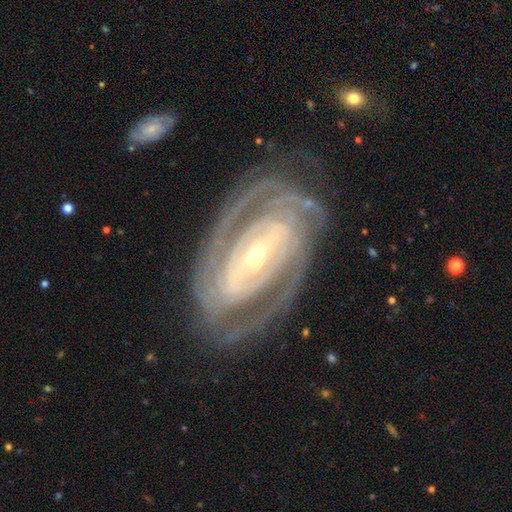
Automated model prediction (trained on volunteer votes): Smooth or featured? Predicted: featured or disk (p=0.89). Edge-on disk? Predicted: no (p=0.94). Bar? Predicted: strong (p=0.51). Spiral arms? Predicted: yes (p=0.93). Spiral winding? Predicted: tight (p=0.73). Spiral arm count? Predicted: 2 (p=0.38). Bulge size? Predicted: small (p=0.70). Merging? Predicted: none (p=0.74).